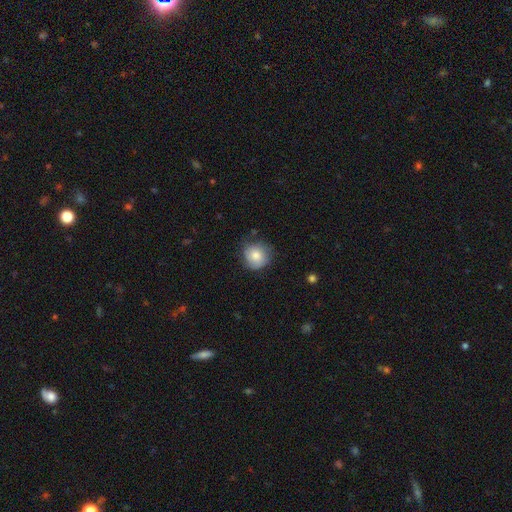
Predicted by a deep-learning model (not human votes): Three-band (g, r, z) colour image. It shows a smooth galaxy with no disk features (75%) that is round (88%). Merging: none (66%).